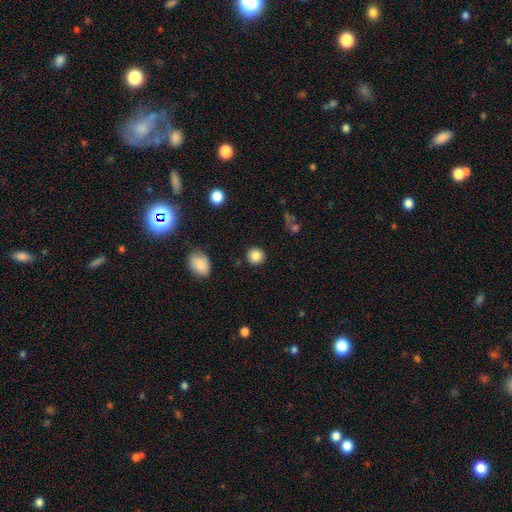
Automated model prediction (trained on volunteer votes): This appears to be a smooth galaxy with no disk features (85%) that is round (92%). Merging: none (90%).